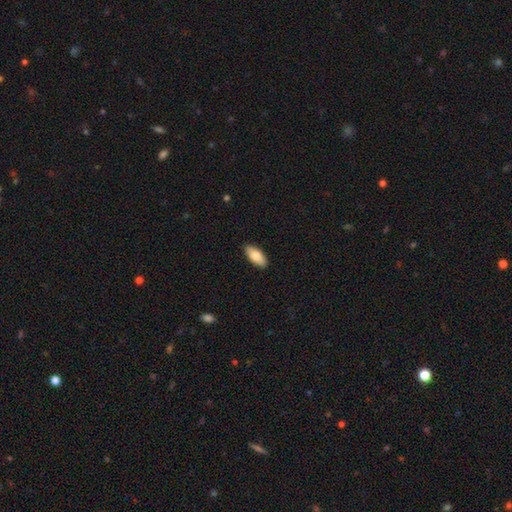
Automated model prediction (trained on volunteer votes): Overall: smooth (80%). How rounded: in between (87%). Merging: none (90%).